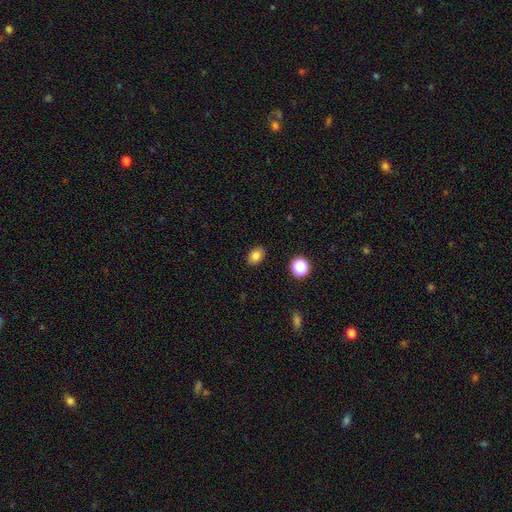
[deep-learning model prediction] Overall: smooth (83%). How rounded: in between (73%). Merging: none (89%).